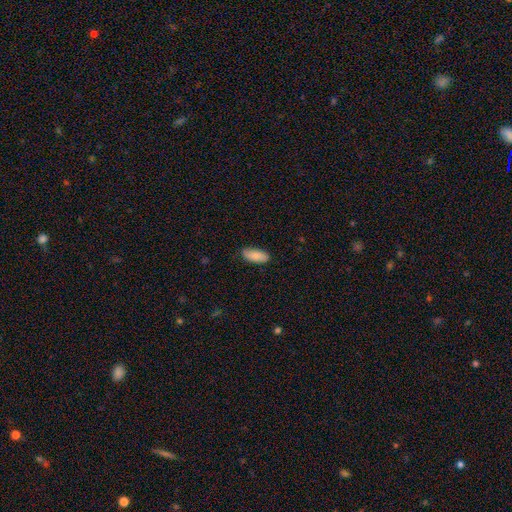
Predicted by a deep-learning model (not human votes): Overall: smooth (84%). How rounded: in between (85%). Merging: none (85%).